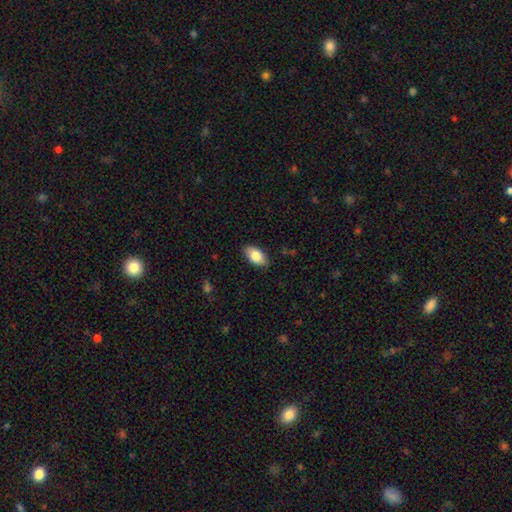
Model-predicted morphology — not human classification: Smooth or featured? smooth (83%)
How rounded? in between (93%)
Merging? none (87%)